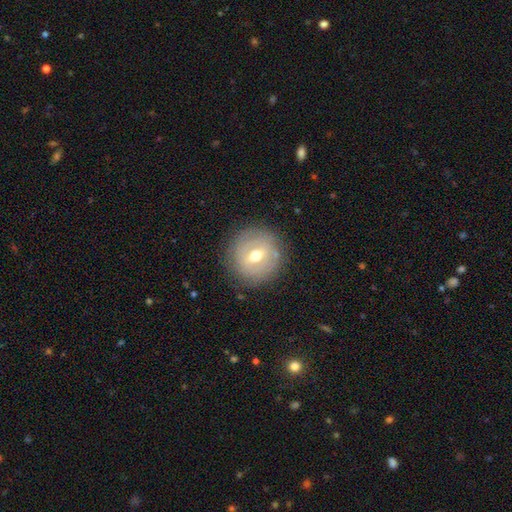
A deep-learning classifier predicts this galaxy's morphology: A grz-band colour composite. It shows a featured or disk galaxy (58%) with a weak bar (53%), no spiral arms (54%) and a moderate central bulge (72%). Merging: none (84%).